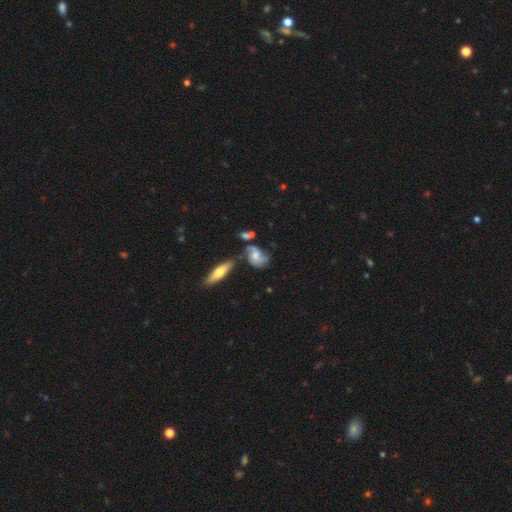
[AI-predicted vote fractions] Morphology: type=featured or disk (70%); edge-on=no (92%); bar=no (65%); spiral arms=yes (90%); winding=medium (43%); arm count=2 (69%); bulge=moderate (55%); merging=none (49%).